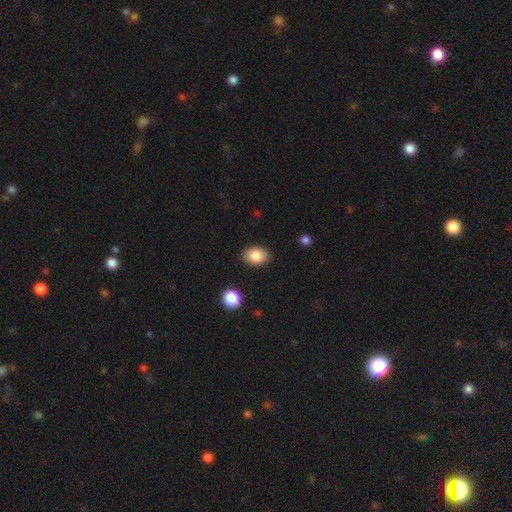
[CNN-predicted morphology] smooth 85%, star or artifact 8%, featured or disk 6%. Down the decision tree: how rounded — in between (76%); merging — none (87%).